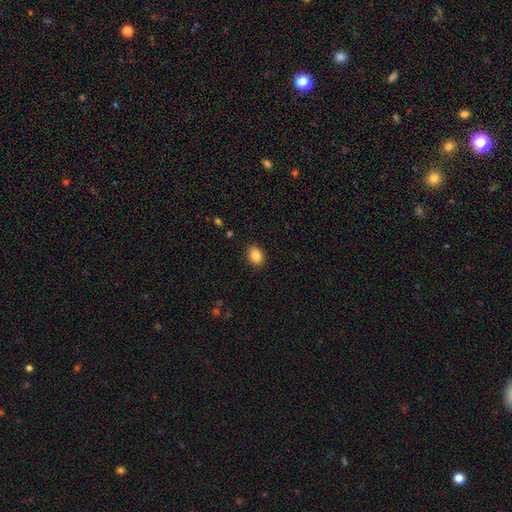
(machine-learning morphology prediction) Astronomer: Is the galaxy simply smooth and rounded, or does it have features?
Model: smooth — 86%.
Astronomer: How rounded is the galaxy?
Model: in between — 75%.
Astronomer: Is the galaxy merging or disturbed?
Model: none — 89%.